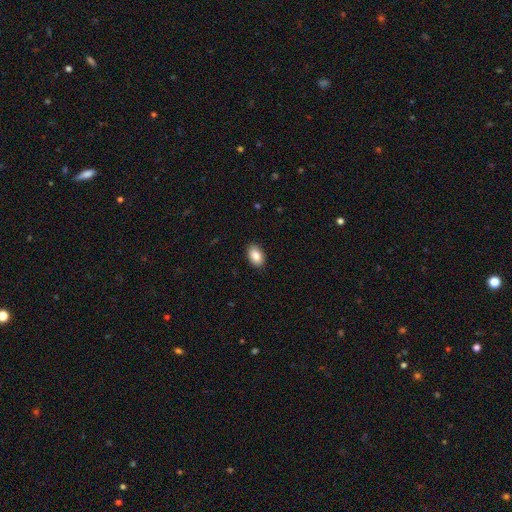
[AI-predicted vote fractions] The model was most divided on "smooth or featured": smooth: 87%, star or artifact: 7%, featured or disk: 6%. More confident: how rounded — in between (91%); merging — none (90%).